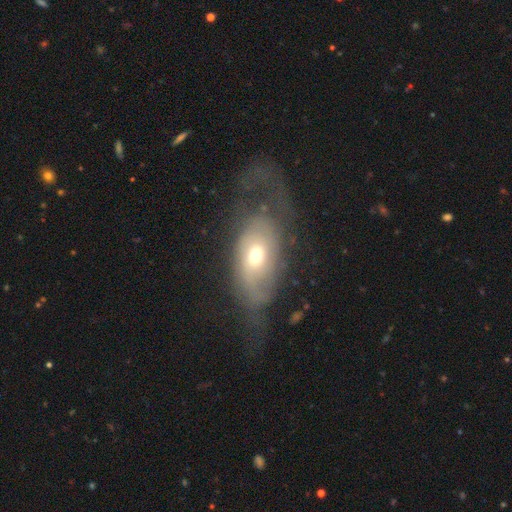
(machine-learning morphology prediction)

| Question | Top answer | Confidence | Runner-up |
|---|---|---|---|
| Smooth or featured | featured or disk | 47% | smooth (44%) |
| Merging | major disturbance | 43% | none (33%) |